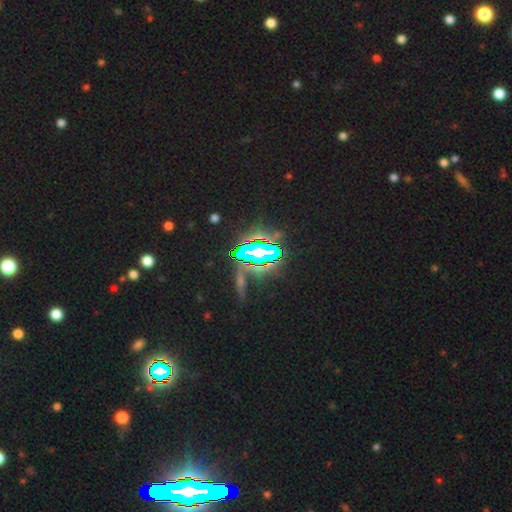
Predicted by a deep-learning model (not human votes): smooth_or_featured: star or artifact (p=0.85) [alt: smooth p=0.08]